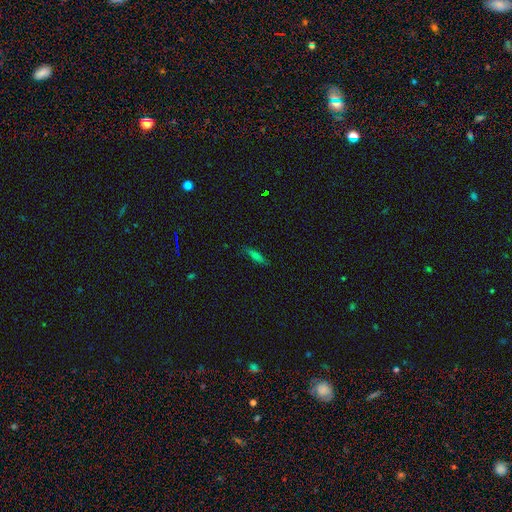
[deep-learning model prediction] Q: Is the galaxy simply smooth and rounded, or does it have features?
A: smooth — 56%.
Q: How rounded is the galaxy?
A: cigar-shaped — 73%.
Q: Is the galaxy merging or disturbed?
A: none — 83%.